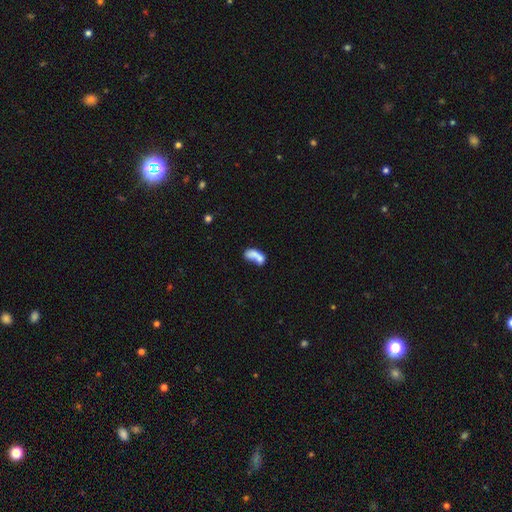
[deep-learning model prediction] Smooth or featured? Predicted: smooth (p=0.67). How rounded? Predicted: in between (p=0.78). Merging? Predicted: merger (p=0.59).